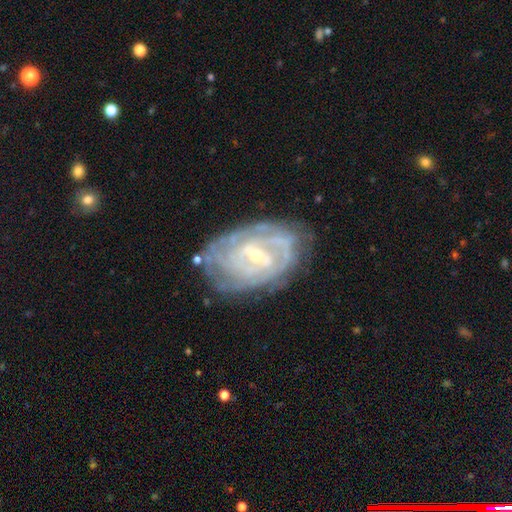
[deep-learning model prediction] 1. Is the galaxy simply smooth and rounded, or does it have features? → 87% featured or disk, 8% smooth, 6% star or artifact.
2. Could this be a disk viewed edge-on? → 96% no, 4% yes.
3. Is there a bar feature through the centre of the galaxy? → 52% weak, 24% no, 24% strong.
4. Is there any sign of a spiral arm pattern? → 93% yes, 7% no.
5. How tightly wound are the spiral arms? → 73% tight, 23% medium, 5% loose.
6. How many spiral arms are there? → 40% can't tell, 19% 2, 16% 3, 14% 4, 6% more than 4, 5% 1.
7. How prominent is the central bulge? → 62% small, 35% moderate, 1% large, 1% none, 1% dominant.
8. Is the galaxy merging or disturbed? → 72% none, 19% minor disturbance, 7% major disturbance, 2% merger.